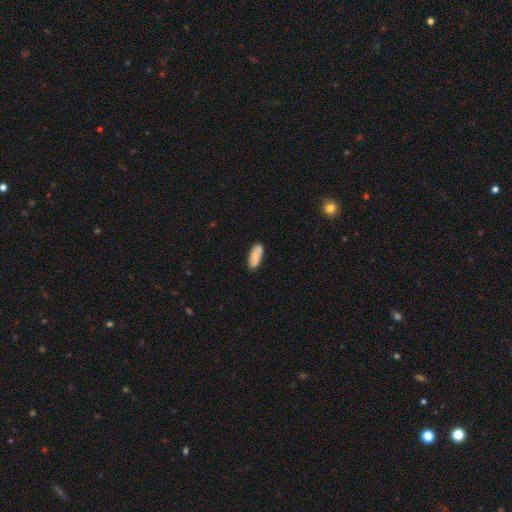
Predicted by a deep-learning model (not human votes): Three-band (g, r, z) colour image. It shows a smooth galaxy with no disk features (72%) that is in between round and cigar-shaped (78%). Merging: none (74%).